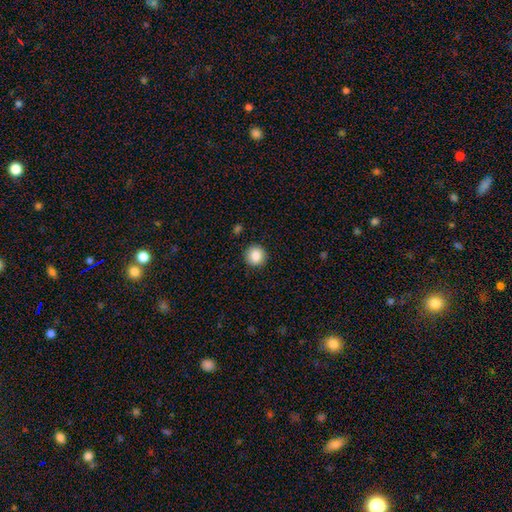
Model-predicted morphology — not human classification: type=smooth (87%); roundness=round (94%); merging=none (91%).